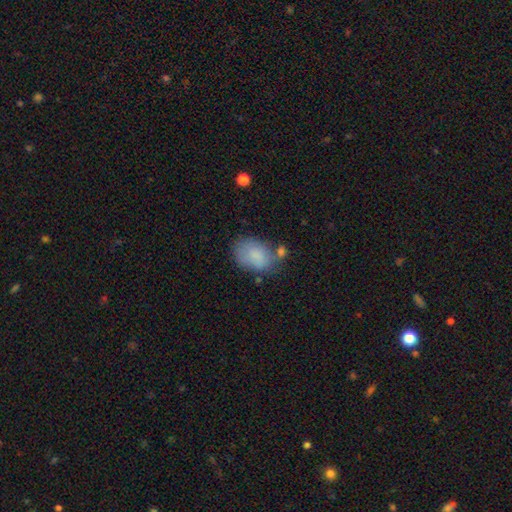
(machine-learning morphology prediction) Q: Smooth or featured?
A: smooth (80%); runner-up: featured or disk (12%)
Q: How rounded?
A: in between (81%); runner-up: round (18%)
Q: Merging?
A: none (52%); runner-up: minor disturbance (26%)